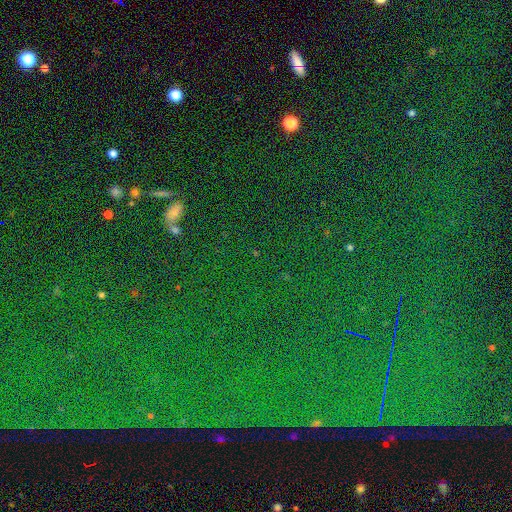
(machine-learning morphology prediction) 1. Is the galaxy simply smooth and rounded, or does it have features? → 82% star or artifact, 10% smooth, 8% featured or disk.